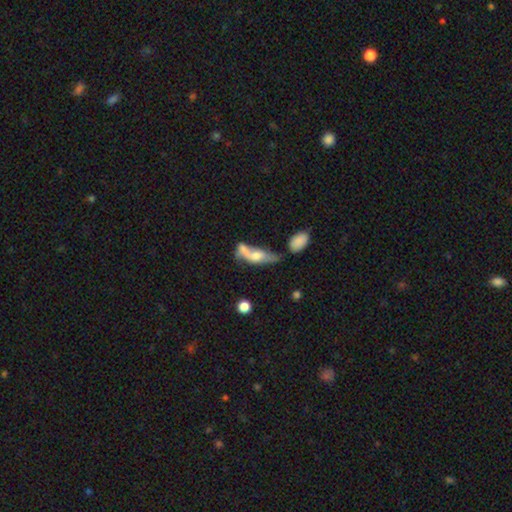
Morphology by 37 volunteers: A smooth galaxy with no disk features (65%) that is in between round and cigar-shaped (79%). Merging: merger (56%).